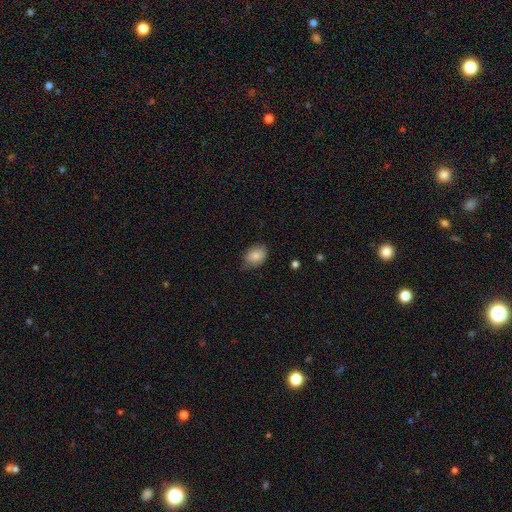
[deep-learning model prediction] A smooth galaxy with no disk features (83%) that is in between round and cigar-shaped (76%).

Vote fractions:
- Smooth or featured? smooth: 83% / featured or disk: 9% / star or artifact: 8%
- How rounded? in between: 76% / round: 22% / cigar-shaped: 1%
- Merging? none: 67% / minor disturbance: 27% / major disturbance: 5% / merger: 1%